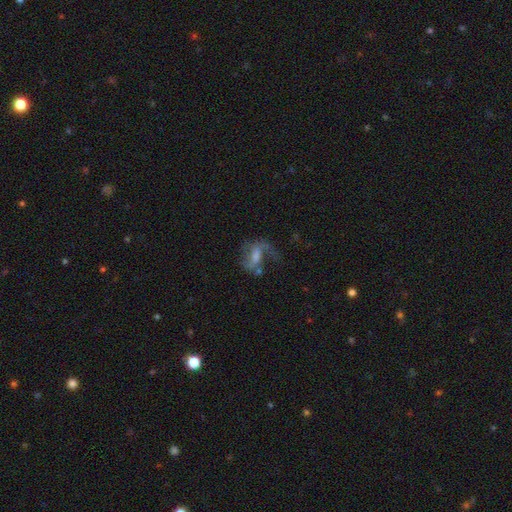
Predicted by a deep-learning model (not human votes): smooth_or_featured: featured or disk (p=0.72) [alt: smooth p=0.16]
disk_edge_on: no (p=0.96) [alt: yes p=0.04]
bar: weak (p=0.48) [alt: no p=0.32]
has_spiral_arms: yes (p=0.86) [alt: no p=0.14]
spiral_winding: loose (p=0.64) [alt: medium p=0.30]
spiral_arm_count: 2 (p=0.70) [alt: 1 p=0.18]
bulge_size: moderate (p=0.39) [alt: small p=0.30]
merging: none (p=0.47) [alt: major disturbance p=0.31]